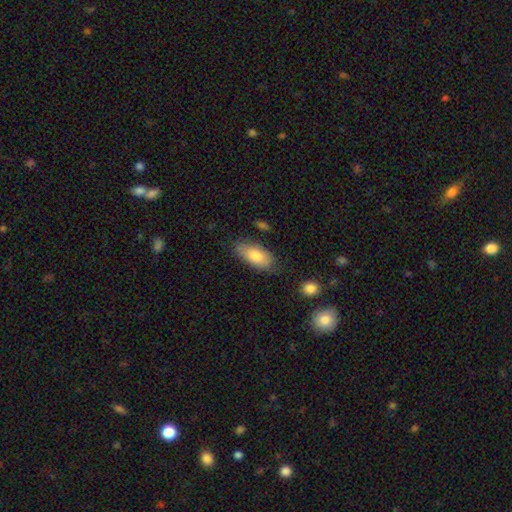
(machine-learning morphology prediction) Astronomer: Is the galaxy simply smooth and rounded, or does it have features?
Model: smooth — 78%.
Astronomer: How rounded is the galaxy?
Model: in between — 88%.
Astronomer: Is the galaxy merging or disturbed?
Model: none — 76%.